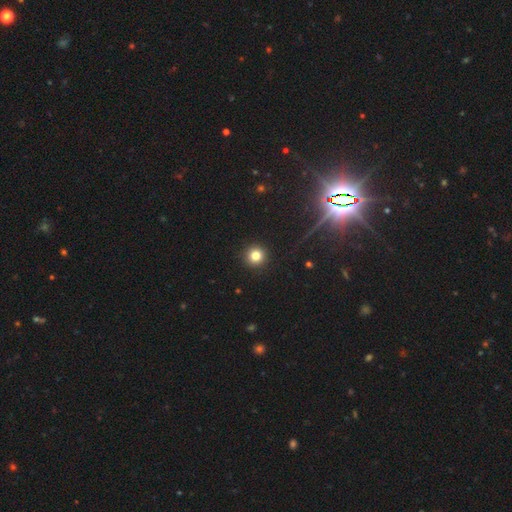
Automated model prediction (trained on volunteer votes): A smooth galaxy with no disk features (81%) that is round (95%).

Vote fractions:
- Smooth or featured? smooth: 81% / star or artifact: 13% / featured or disk: 6%
- How rounded? round: 95% / in between: 4% / cigar-shaped: 1%
- Merging? none: 93% / minor disturbance: 4% / major disturbance: 2% / merger: 1%